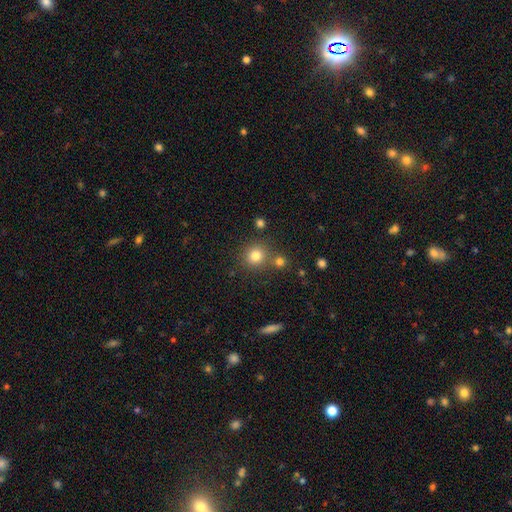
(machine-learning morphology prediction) Q: Smooth or featured?
A: smooth (80%); runner-up: star or artifact (13%)
Q: How rounded?
A: round (89%); runner-up: in between (10%)
Q: Merging?
A: none (73%); runner-up: merger (15%)